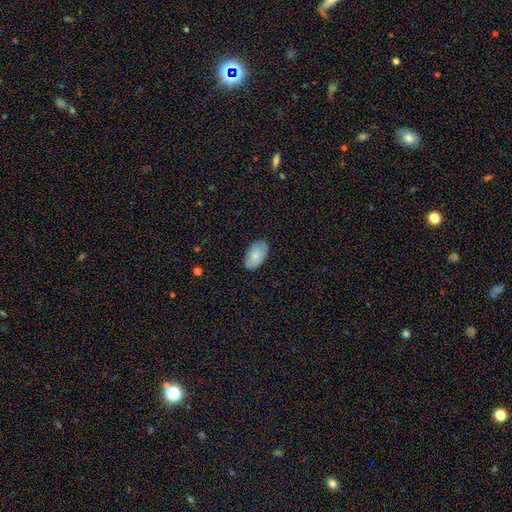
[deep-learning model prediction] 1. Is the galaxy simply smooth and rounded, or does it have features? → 79% smooth, 15% featured or disk, 6% star or artifact.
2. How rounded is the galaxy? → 95% in between, 4% round, 2% cigar-shaped.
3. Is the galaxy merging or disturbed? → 83% none, 14% minor disturbance, 2% major disturbance, 1% merger.